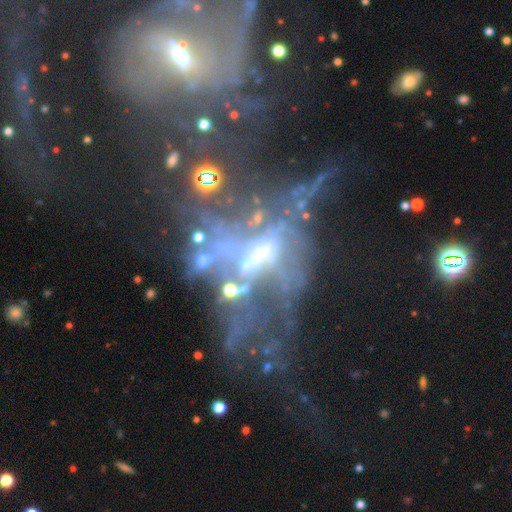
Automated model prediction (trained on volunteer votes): This is likely a featured or disk galaxy (61%). It is clearly not viewed edge-on (93%). Bar: likely no (64%). Spiral arm pattern: likely no (73%). Central bulge: marginally small (39%). Merging: marginally major disturbance (44%).